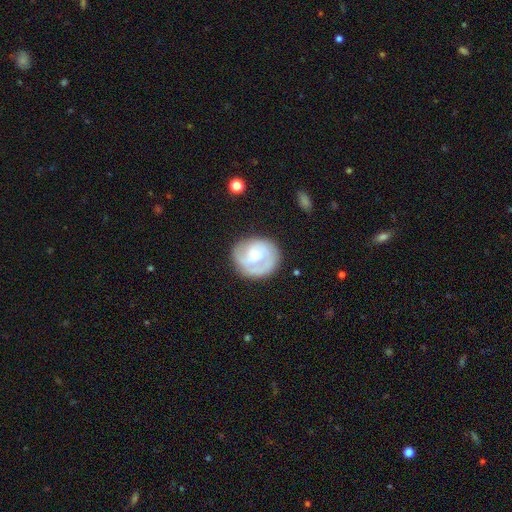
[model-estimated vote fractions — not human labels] Overall: featured or disk (65%; smooth 29%). Edge-on disk: no (98%). Bar: no (63%; weak 31%). Spiral arms: yes (84%). Spiral arm count: 2 (34%; can't tell 30%). Spiral winding: tight (52%; medium 34%). Bulge size: small (61%; moderate 27%). Merging: none (71%).